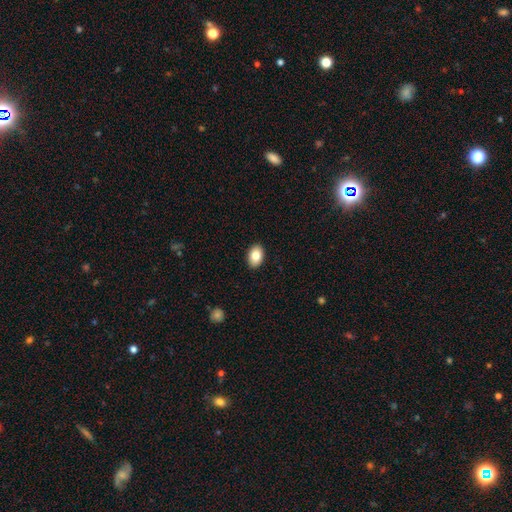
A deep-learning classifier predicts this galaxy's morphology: Smooth or featured? smooth (83%)
How rounded? in between (86%)
Merging? none (91%)